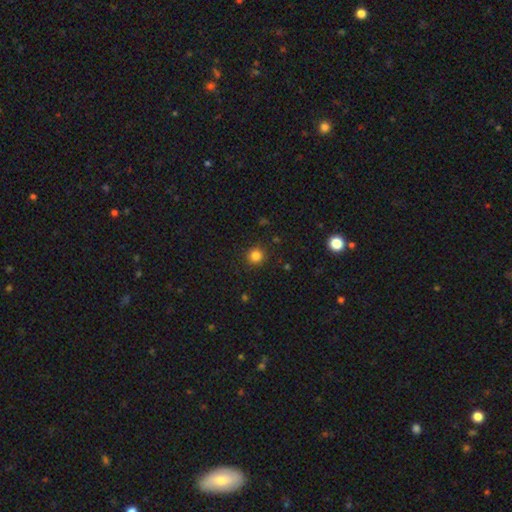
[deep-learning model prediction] This appears to be a smooth galaxy with no disk features (83%) that is round (94%). Merging: none (91%).